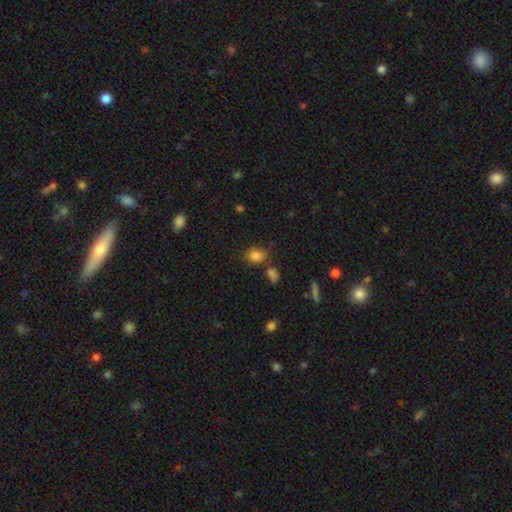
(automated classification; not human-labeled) This appears to be a smooth galaxy with no disk features (82%) that is in between round and cigar-shaped (52%). Merging: none (69%).